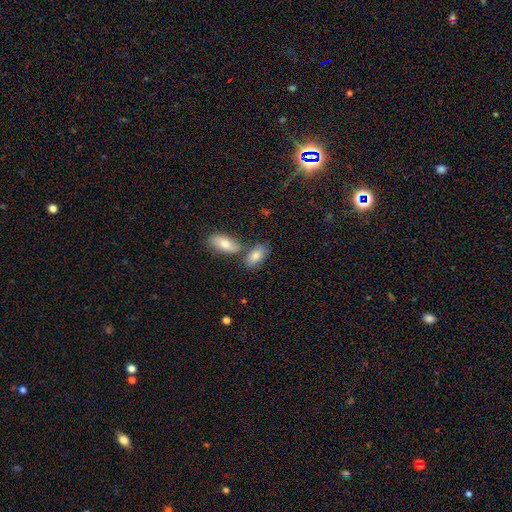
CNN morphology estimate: Overall: smooth (81%). How rounded: in between (91%). Merging: none (53%; merger 31%).